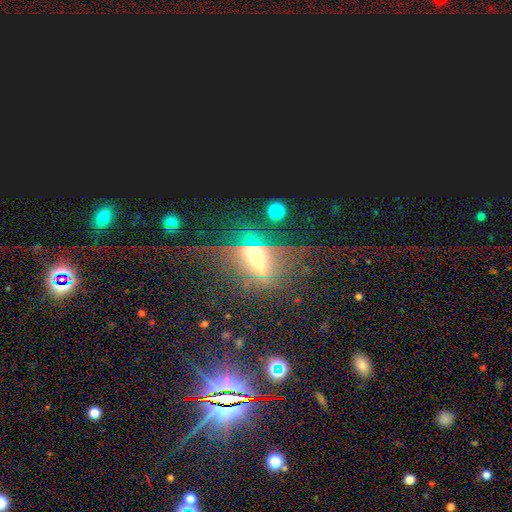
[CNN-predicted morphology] Smooth or featured? featured or disk (50%)
Edge-on disk? yes (64%)
Merging? none (48%)